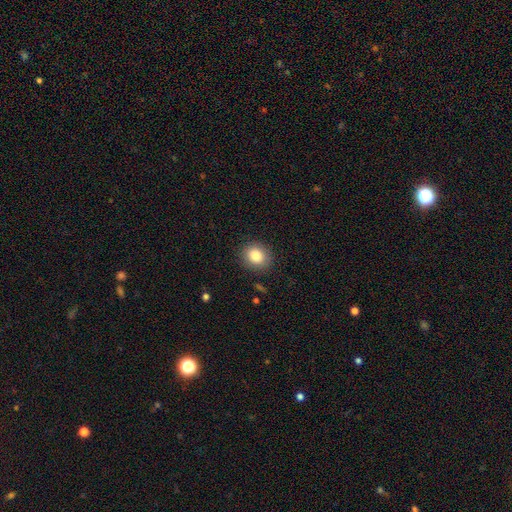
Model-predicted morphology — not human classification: A smooth galaxy with no disk features (85%) that is round (74%). Merging: none (88%).